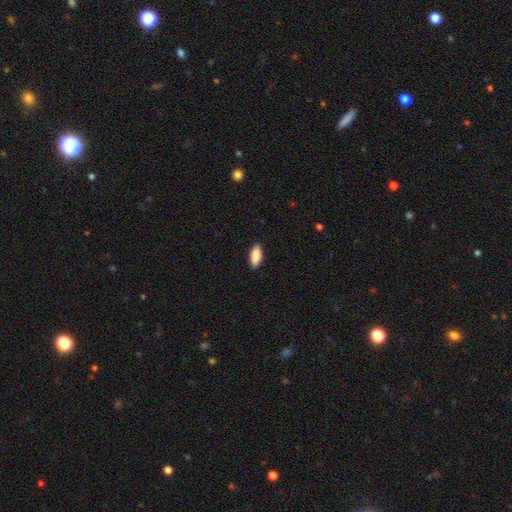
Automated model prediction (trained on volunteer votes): smooth 89%, star or artifact 6%, featured or disk 5%. Down the decision tree: how rounded — in between (88%); merging — none (89%).